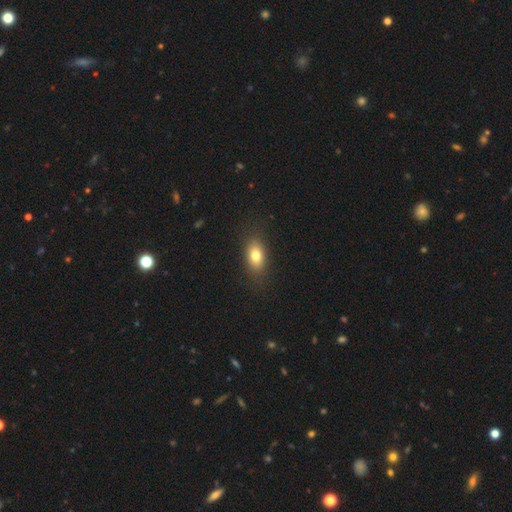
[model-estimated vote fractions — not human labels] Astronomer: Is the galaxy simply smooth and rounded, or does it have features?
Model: smooth — 78%.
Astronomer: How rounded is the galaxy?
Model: in between — 82%.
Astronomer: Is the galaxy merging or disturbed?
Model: none — 85%.